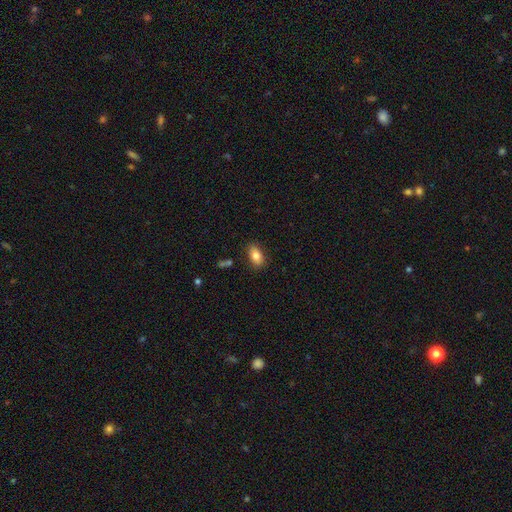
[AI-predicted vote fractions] smooth-or-featured: smooth: 80% | featured or disk: 12% | star or artifact: 8%
  how-rounded: in between: 90% | round: 8% | cigar-shaped: 2%
  merging: none: 83% | minor disturbance: 13% | major disturbance: 3% | merger: 2%